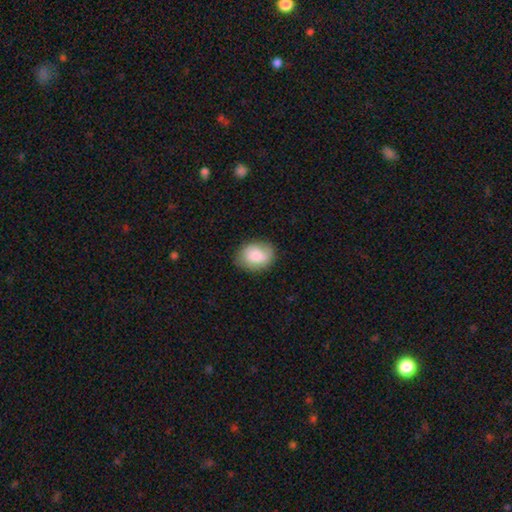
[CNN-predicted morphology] A smooth galaxy with no disk features (75%) that is in between round and cigar-shaped (60%). Merging: none (79%).